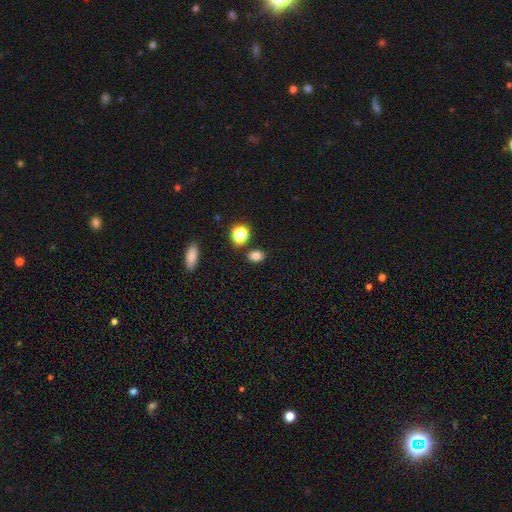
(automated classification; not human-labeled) A smooth galaxy with no disk features (82%) that is in between round and cigar-shaped (57%). Merging: none (80%).